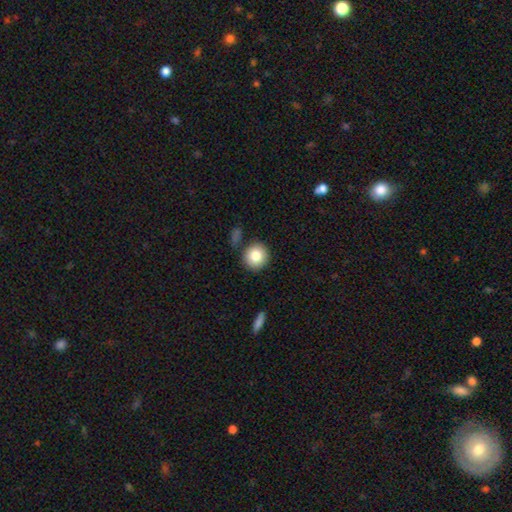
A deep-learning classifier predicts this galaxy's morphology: A smooth galaxy with no disk features (83%) that is round (91%). Merging: none (82%).